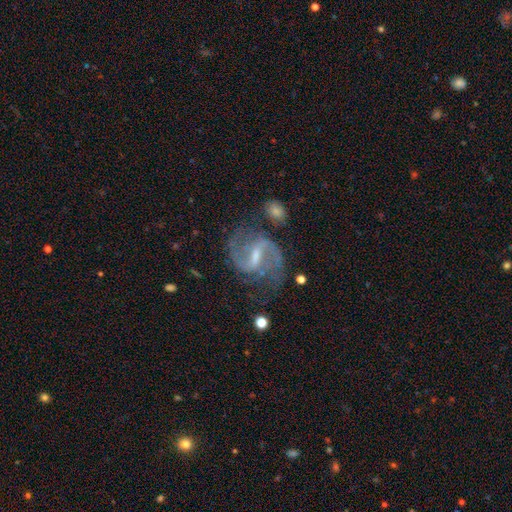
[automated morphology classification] smooth_or_featured: featured or disk (p=0.89) [alt: star or artifact p=0.07]
disk_edge_on: no (p=0.97) [alt: yes p=0.03]
bar: strong (p=0.47) [alt: weak p=0.44]
has_spiral_arms: yes (p=0.97) [alt: no p=0.03]
spiral_winding: medium (p=0.54) [alt: loose p=0.33]
spiral_arm_count: 2 (p=0.91) [alt: can't tell p=0.03]
bulge_size: small (p=0.53) [alt: moderate p=0.31]
merging: none (p=0.70) [alt: minor disturbance p=0.16]